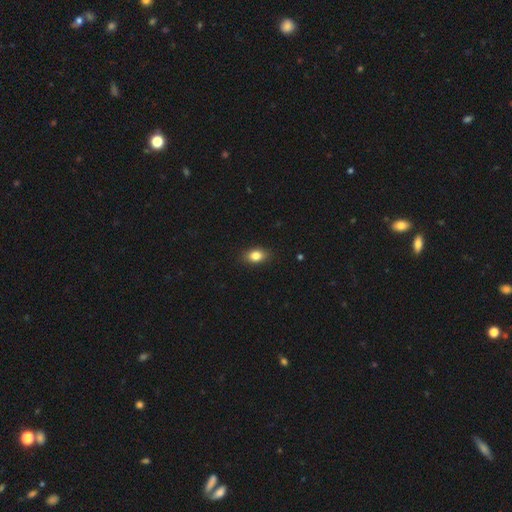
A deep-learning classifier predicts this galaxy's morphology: smooth-or-featured: smooth: 82% | star or artifact: 9% | featured or disk: 8%
  how-rounded: in between: 79% | round: 18% | cigar-shaped: 2%
  merging: none: 87% | minor disturbance: 10% | major disturbance: 2% | merger: 1%